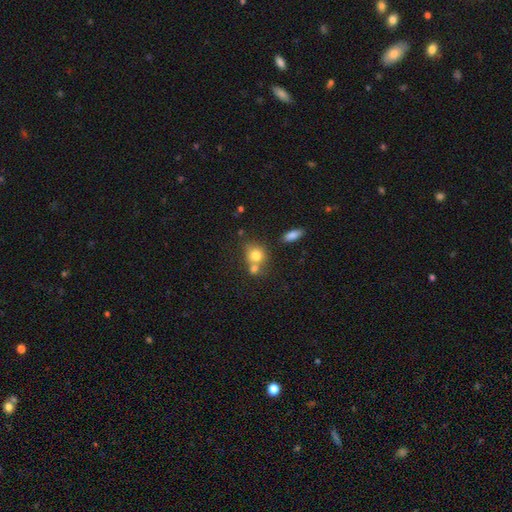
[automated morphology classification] Smooth or featured? smooth (76%)
How rounded? round (72%)
Merging? merger (45%)